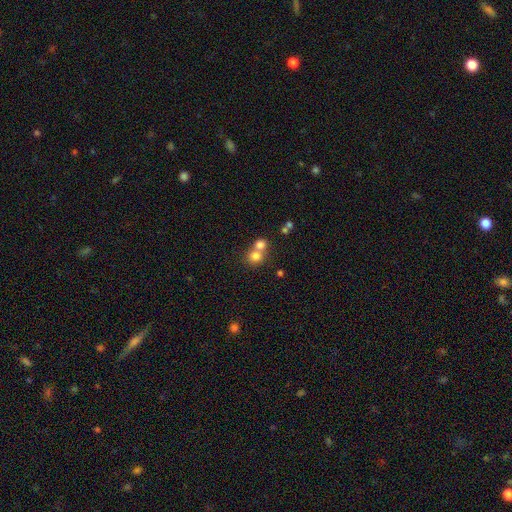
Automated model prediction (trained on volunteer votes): This is likely a smooth galaxy (76%). How rounded: clearly round (84%). Merging: possibly merger (54%).